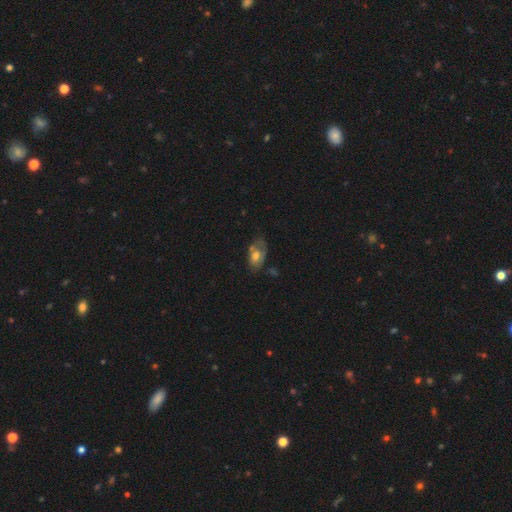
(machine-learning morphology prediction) Smooth or featured? Predicted: smooth (p=0.48). Merging? Predicted: none (p=0.47).